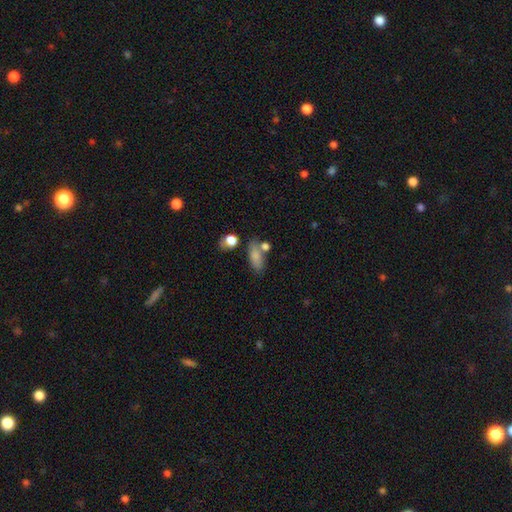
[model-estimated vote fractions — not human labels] Smooth or featured? smooth (81%)
How rounded? in between (79%)
Merging? none (58%)